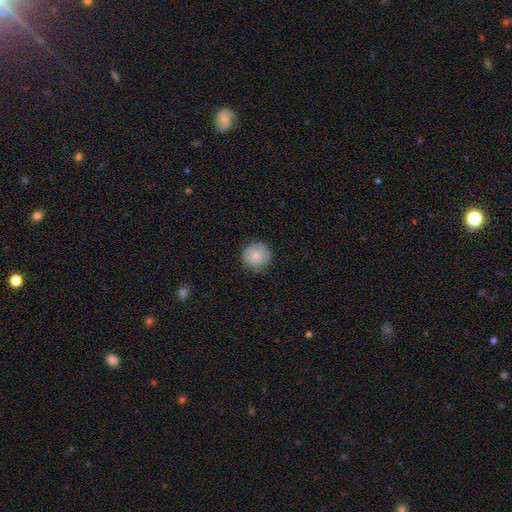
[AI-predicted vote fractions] Smooth or featured?
  - smooth: 82% *
  - featured or disk: 11%
  - star or artifact: 8%
How rounded?
  - round: 93% *
  - in between: 6%
  - cigar-shaped: 1%
Merging?
  - none: 79% *
  - minor disturbance: 16%
  - major disturbance: 3%
  - merger: 1%